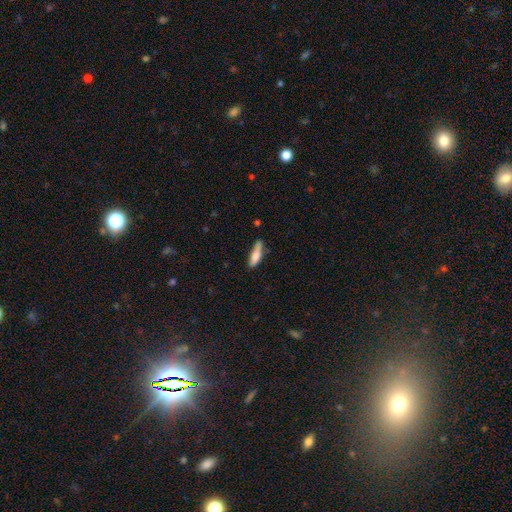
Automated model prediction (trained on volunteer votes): The model was most divided on "merging": none: 51%, minor disturbance: 33%, major disturbance: 9%, merger: 6%. More confident: smooth or featured — smooth (77%); how rounded — cigar-shaped (58%).